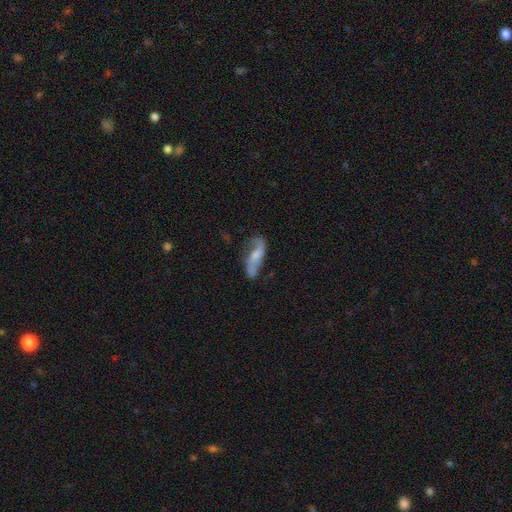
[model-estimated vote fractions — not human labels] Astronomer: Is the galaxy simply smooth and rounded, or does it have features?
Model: featured or disk — 69%.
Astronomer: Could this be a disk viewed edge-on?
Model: no — 88%.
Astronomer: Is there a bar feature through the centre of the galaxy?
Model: no — 45% (runner-up: weak, 38%).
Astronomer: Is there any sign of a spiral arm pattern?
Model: yes — 90%.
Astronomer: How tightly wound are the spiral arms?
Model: loose — 68%.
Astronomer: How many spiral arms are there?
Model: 2 — 88%.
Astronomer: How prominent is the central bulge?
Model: small — 43% (runner-up: moderate, 41%).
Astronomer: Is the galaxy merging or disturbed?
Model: none — 63%.